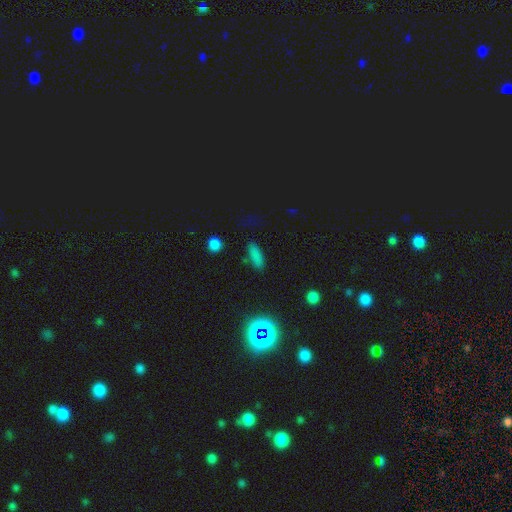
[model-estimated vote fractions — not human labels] The model was most divided on "how rounded": in between: 60%, cigar-shaped: 36%, round: 4%. More confident: merging — none (80%); smooth or featured — smooth (76%).